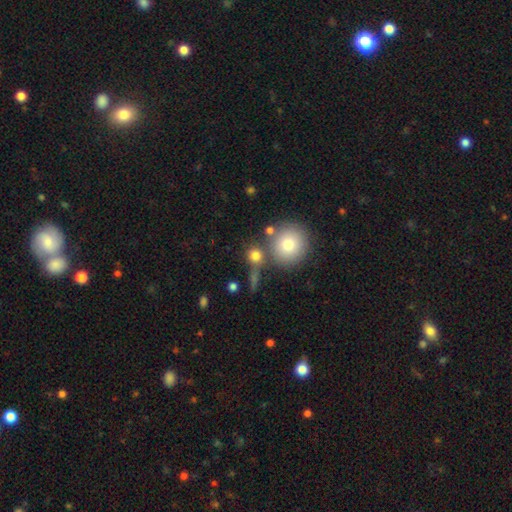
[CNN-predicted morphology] Smooth or featured? Predicted: smooth (p=0.77). How rounded? Predicted: round (p=0.85). Merging? Predicted: none (p=0.60).